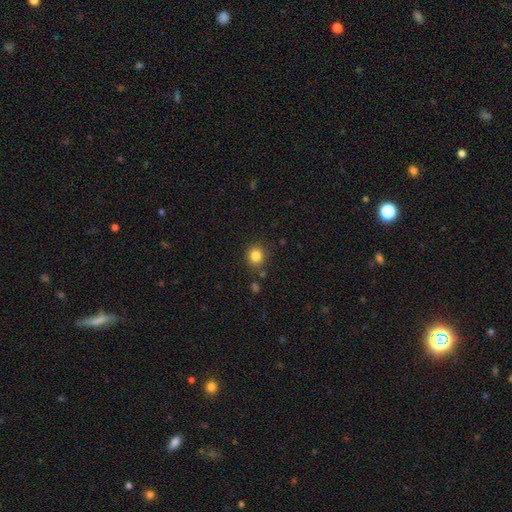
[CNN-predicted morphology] Overall: smooth (84%). How rounded: round (80%). Merging: none (82%).